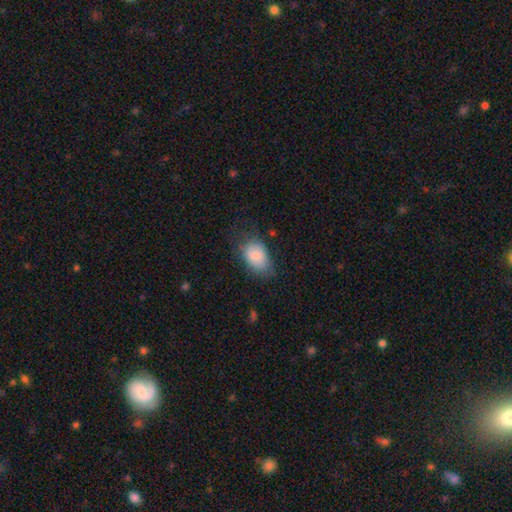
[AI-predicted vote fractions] A smooth galaxy with no disk features (83%) that is in between round and cigar-shaped (86%). Merging: none (54%).